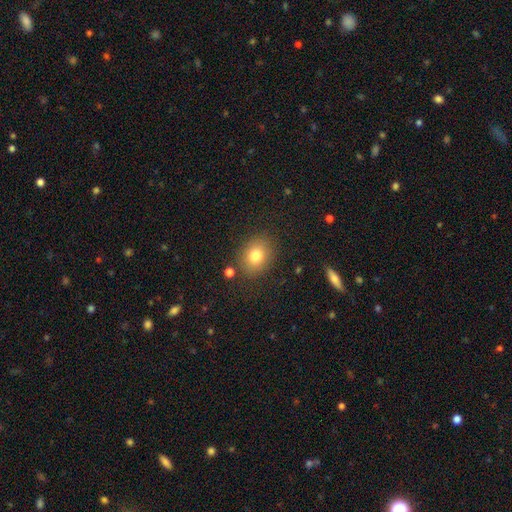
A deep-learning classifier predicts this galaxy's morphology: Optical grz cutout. It shows a smooth galaxy with no disk features (79%) that is round (53%). Merging: none (83%).